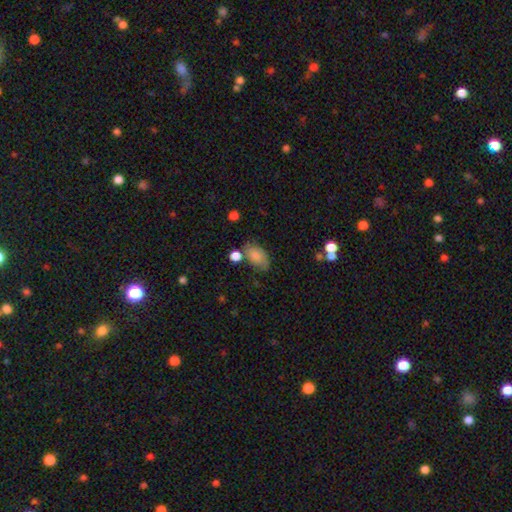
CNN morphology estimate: A smooth galaxy with no disk features (79%) that is in between round and cigar-shaped (89%).

Vote fractions:
- Smooth or featured? smooth: 79% / featured or disk: 12% / star or artifact: 8%
- How rounded? in between: 89% / round: 9% / cigar-shaped: 2%
- Merging? none: 59% / minor disturbance: 23% / merger: 10% / major disturbance: 8%